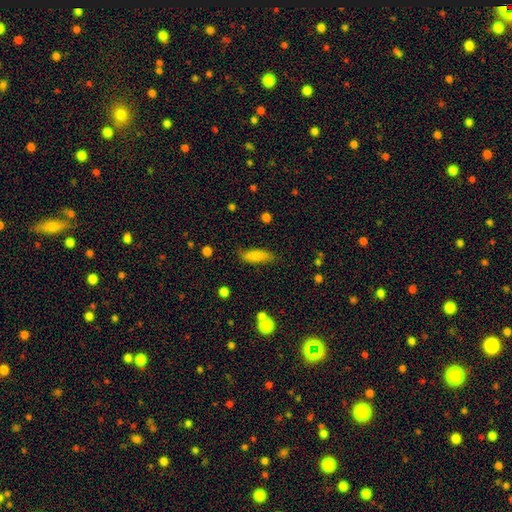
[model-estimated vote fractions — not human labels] Q: Smooth or featured?
A: smooth (84%); runner-up: featured or disk (8%)
Q: How rounded?
A: in between (55%); runner-up: cigar-shaped (42%)
Q: Merging?
A: none (80%); runner-up: minor disturbance (14%)